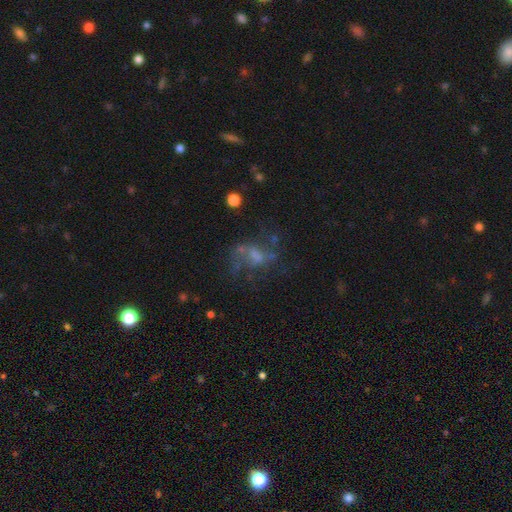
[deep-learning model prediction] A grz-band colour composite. It shows a featured or disk galaxy (57%) with no bar (57%), spiral arms (65%) and a small central bulge (34%). Merging: none (51%).